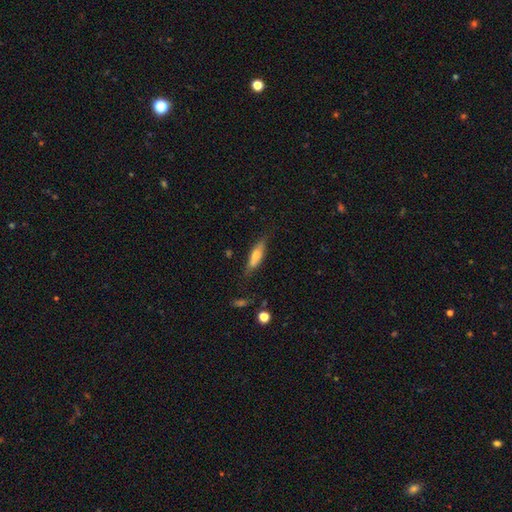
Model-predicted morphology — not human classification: This appears to be a smooth galaxy with no disk features (63%) that is cigar-shaped (66%). Merging: none (78%).